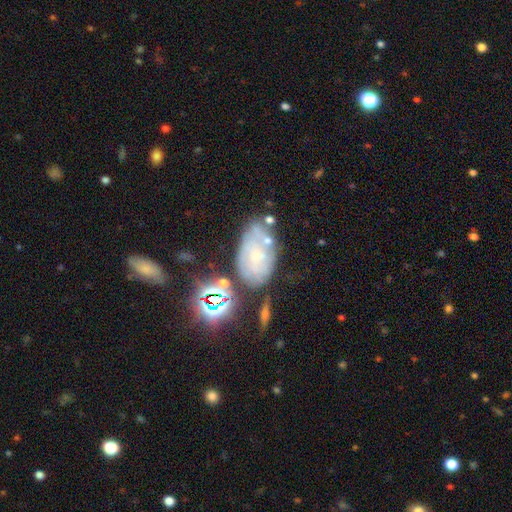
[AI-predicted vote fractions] Overall: featured or disk (53%; smooth 28%). Edge-on disk: no (93%). Merging: none (52%; minor disturbance 23%).